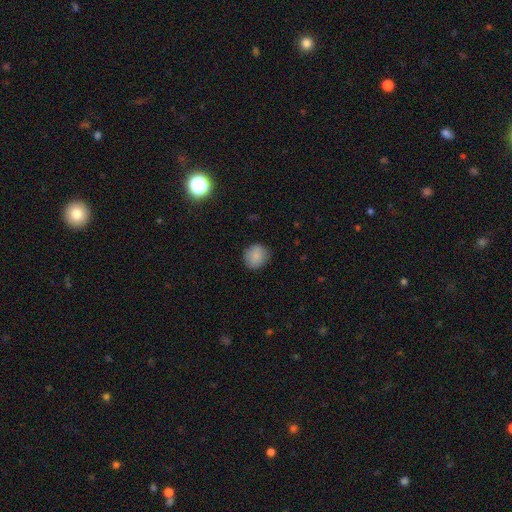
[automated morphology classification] This is clearly a smooth galaxy (86%). How rounded: clearly round (85%). Merging: clearly none (84%).